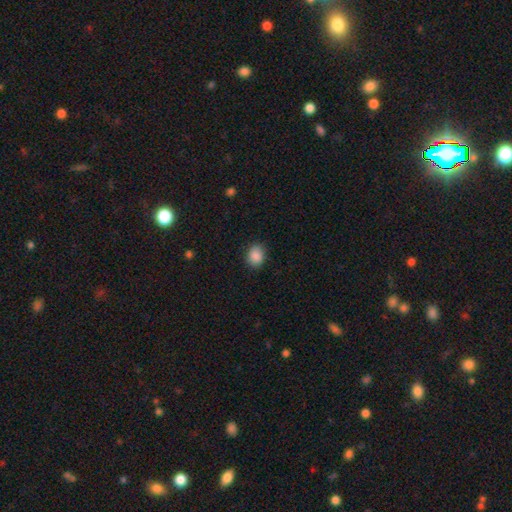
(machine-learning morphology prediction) This is clearly a smooth galaxy (88%). How rounded: possibly round (51%). Merging: clearly none (84%).